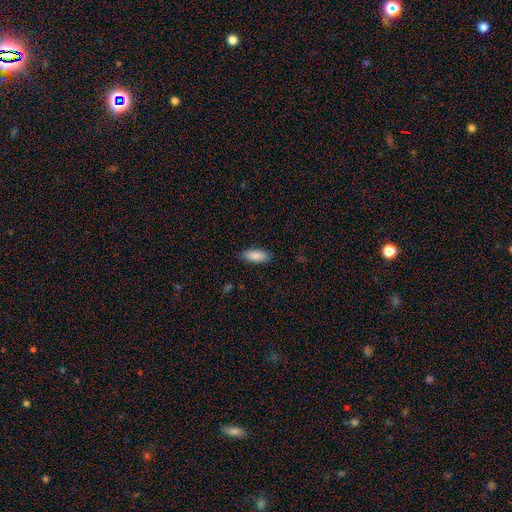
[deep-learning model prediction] The model was most divided on "how rounded": in between: 78%, cigar-shaped: 21%, round: 2%. More confident: smooth or featured — smooth (89%); merging — none (87%).